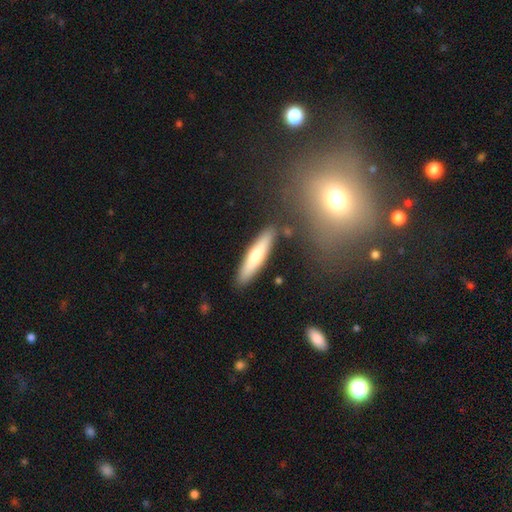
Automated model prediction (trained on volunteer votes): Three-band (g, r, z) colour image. It shows a smooth galaxy with no disk features (59%) that is cigar-shaped (83%). Merging: none (86%).